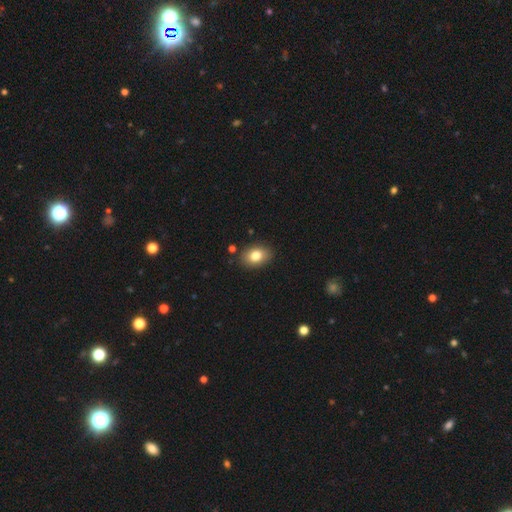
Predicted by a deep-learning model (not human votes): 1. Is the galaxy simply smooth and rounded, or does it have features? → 81% smooth, 10% featured or disk, 9% star or artifact.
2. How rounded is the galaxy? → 76% in between, 23% round, 1% cigar-shaped.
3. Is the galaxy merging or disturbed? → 86% none, 9% minor disturbance, 2% major disturbance, 2% merger.